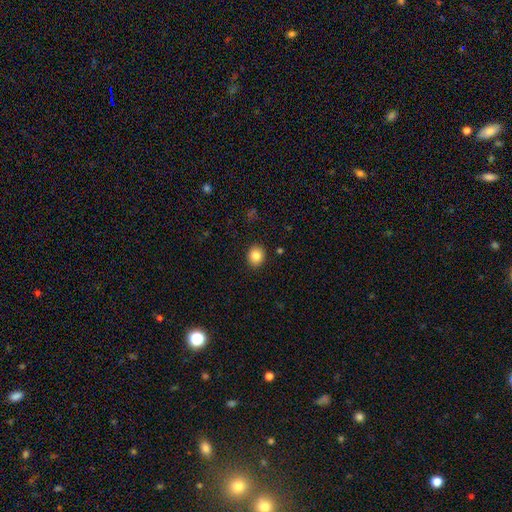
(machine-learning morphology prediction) type=smooth (83%); roundness=round (72%); merging=none (91%).